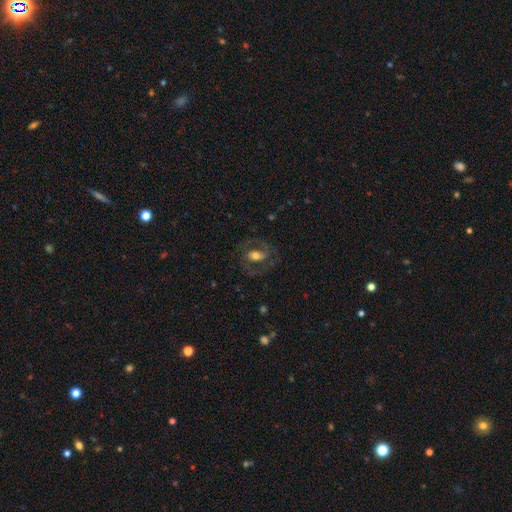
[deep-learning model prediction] Overall: featured or disk (65%; smooth 27%). Edge-on disk: no (96%). Bar: no (38%, tied with weak). Spiral arms: yes (77%). Bulge size: moderate (56%; large 20%). Merging: none (71%).